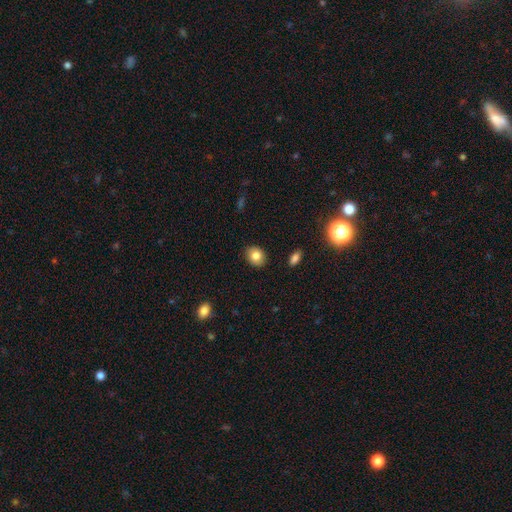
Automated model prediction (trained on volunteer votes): A smooth galaxy with no disk features (81%) that is in between round and cigar-shaped (50%).

Vote fractions:
- Smooth or featured? smooth: 81% / featured or disk: 10% / star or artifact: 9%
- How rounded? in between: 50% / round: 49% / cigar-shaped: 1%
- Merging? none: 88% / minor disturbance: 8% / major disturbance: 2% / merger: 1%